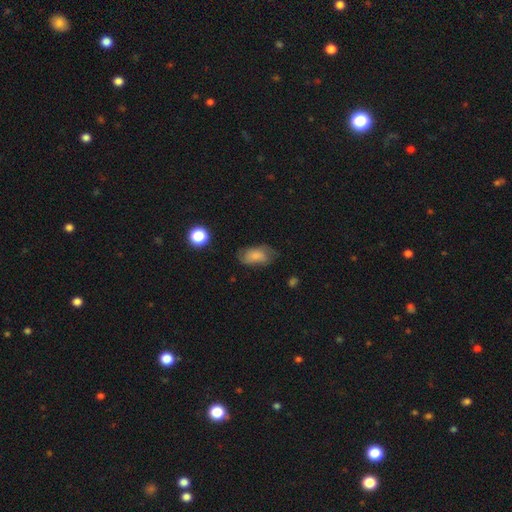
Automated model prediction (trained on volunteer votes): Smooth or featured: smooth — 67% (featured or disk — 23%)
How rounded: in between — 90% (round — 7%)
Merging: none — 55% (minor disturbance — 29%)